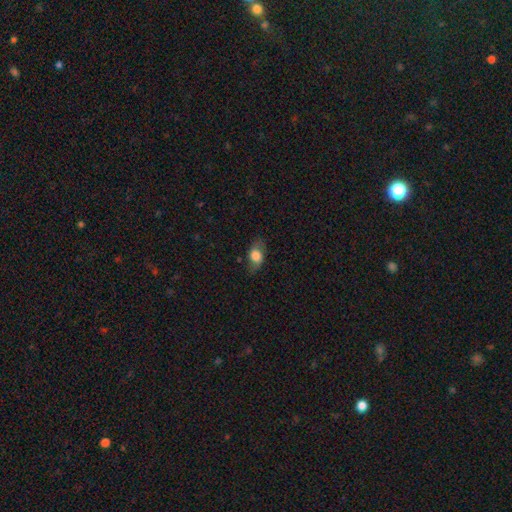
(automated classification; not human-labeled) The model was most divided on "smooth or featured": smooth: 67%, featured or disk: 25%, star or artifact: 8%. More confident: how rounded — in between (81%); merging — none (72%).